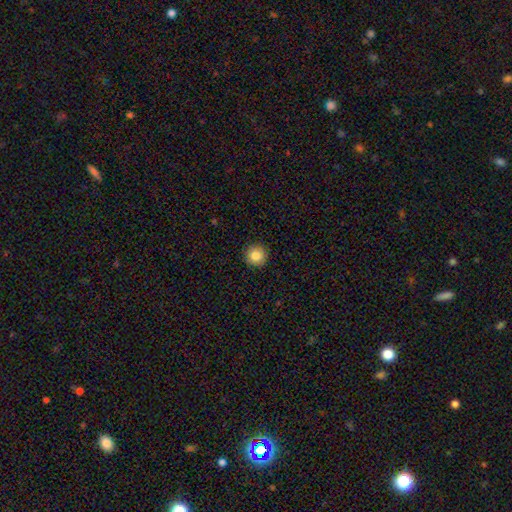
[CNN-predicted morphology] Q: Smooth or featured?
A: smooth (84%); runner-up: star or artifact (10%)
Q: How rounded?
A: round (96%); runner-up: in between (3%)
Q: Merging?
A: none (93%); runner-up: minor disturbance (5%)